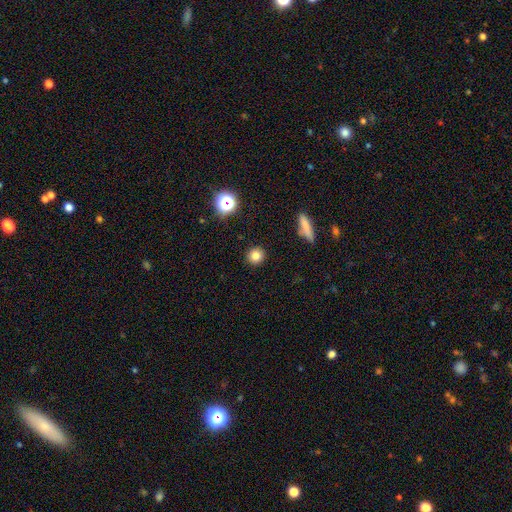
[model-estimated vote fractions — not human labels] Q: Smooth or featured?
A: smooth (80%); runner-up: star or artifact (13%)
Q: How rounded?
A: round (92%); runner-up: in between (6%)
Q: Merging?
A: none (91%); runner-up: minor disturbance (6%)